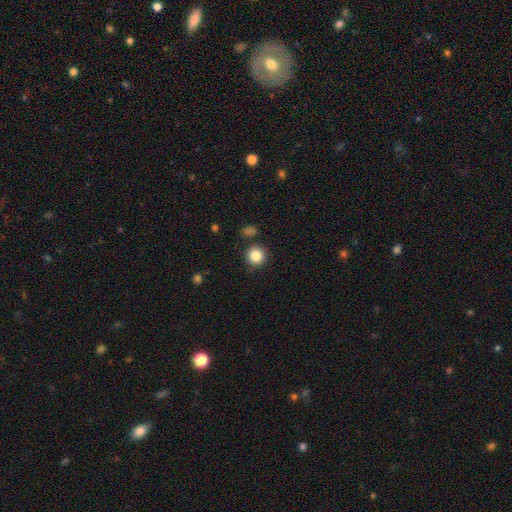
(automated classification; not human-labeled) smooth 85%, star or artifact 10%, featured or disk 5%. Down the decision tree: how rounded — round (92%); merging — none (84%).